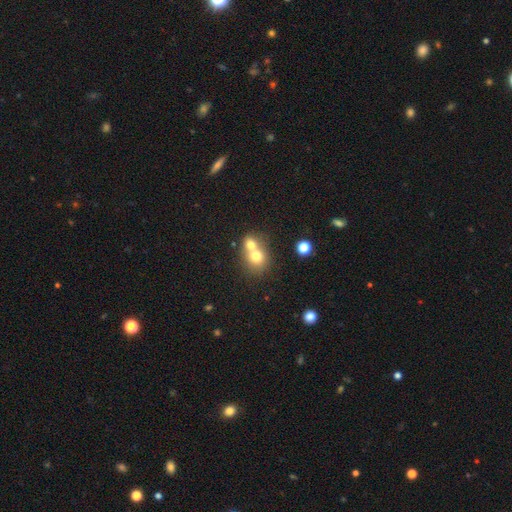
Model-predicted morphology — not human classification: smooth_or_featured: smooth (p=0.70) [alt: featured or disk p=0.18]
how_rounded: round (p=0.72) [alt: in between p=0.27]
merging: merger (p=0.67) [alt: none p=0.26]